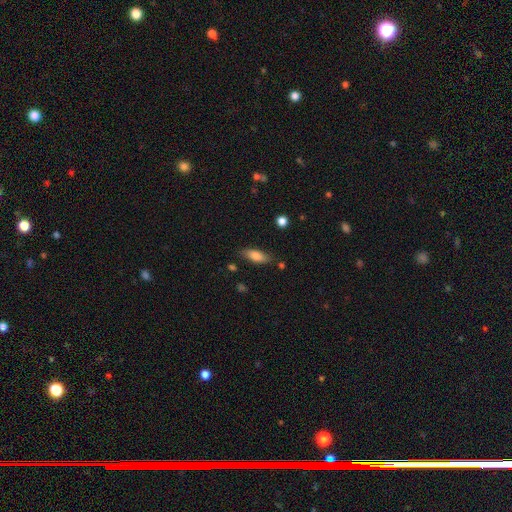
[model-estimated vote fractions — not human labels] A smooth galaxy with no disk features (80%) that is in between round and cigar-shaped (70%). Merging: none (79%).